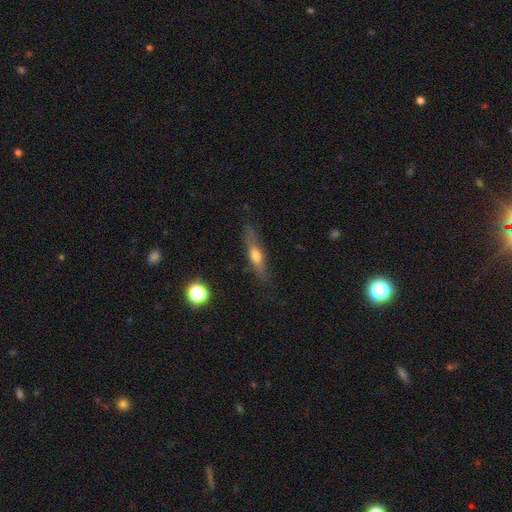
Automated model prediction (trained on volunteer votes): The model was most divided on "smooth or featured": smooth: 47%, featured or disk: 44%, star or artifact: 8%. More confident: merging — none (74%).